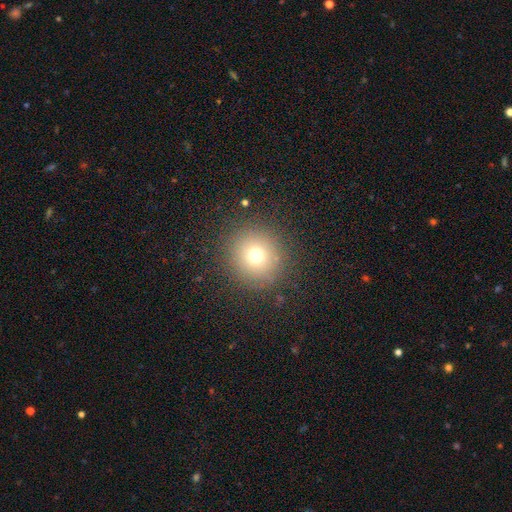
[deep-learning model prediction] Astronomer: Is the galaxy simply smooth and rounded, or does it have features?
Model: smooth — 72%.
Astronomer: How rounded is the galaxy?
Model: round — 94%.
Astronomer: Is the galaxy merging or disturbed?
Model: none — 88%.